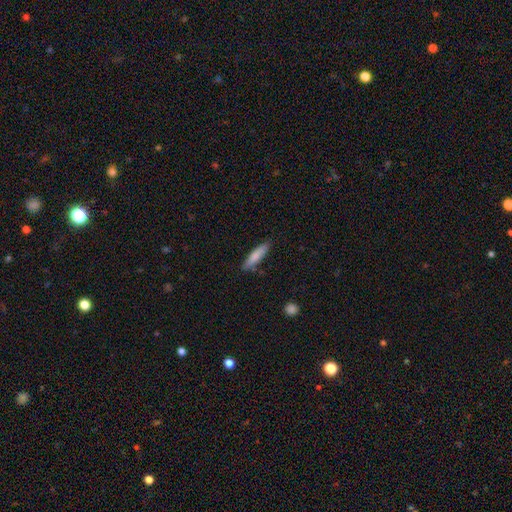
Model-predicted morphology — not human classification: Q: Smooth or featured?
A: smooth (78%); runner-up: featured or disk (16%)
Q: How rounded?
A: cigar-shaped (80%); runner-up: in between (19%)
Q: Merging?
A: none (85%); runner-up: minor disturbance (11%)